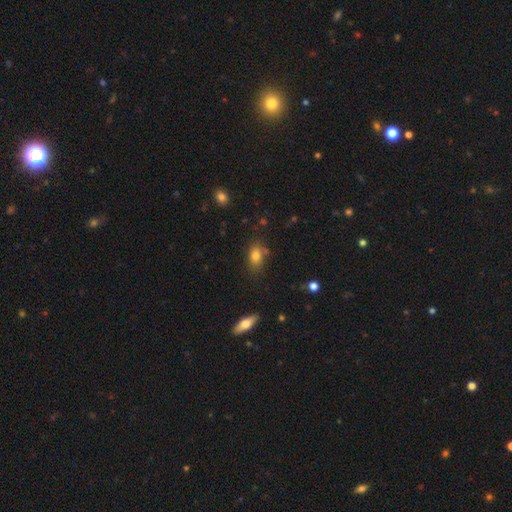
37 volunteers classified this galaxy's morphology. type=smooth (81%); roundness=in between (83%); merging=none (82%).